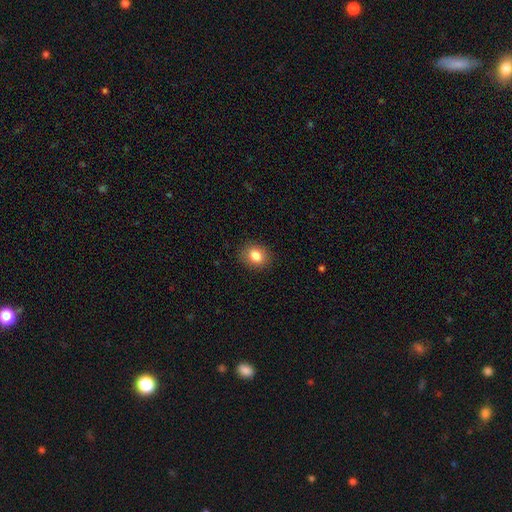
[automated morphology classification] smooth 83%, star or artifact 9%, featured or disk 7%. Down the decision tree: how rounded — round (55%); merging — none (88%).